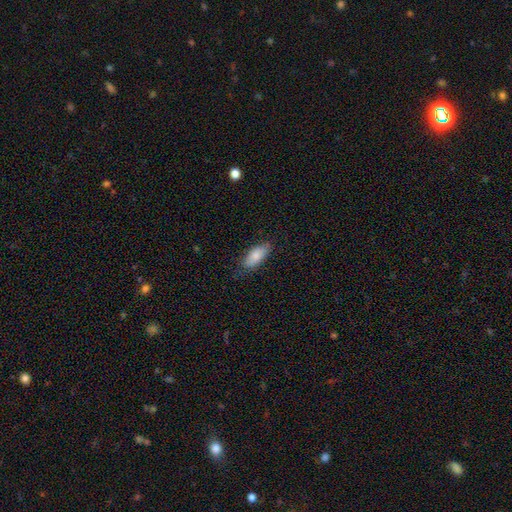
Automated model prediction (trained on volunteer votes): smooth 82%, featured or disk 12%, star or artifact 6%. Down the decision tree: how rounded — in between (86%); merging — none (79%).